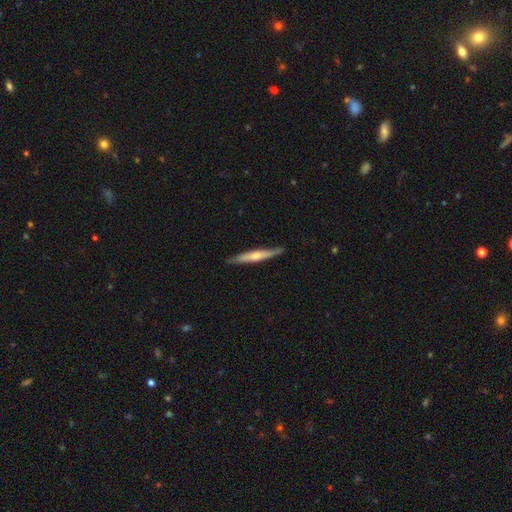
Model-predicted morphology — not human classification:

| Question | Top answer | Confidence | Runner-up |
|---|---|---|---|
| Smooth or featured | featured or disk | 51% | smooth (44%) |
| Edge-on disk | yes | 94% | no (6%) |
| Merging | none | 86% | minor disturbance (11%) |